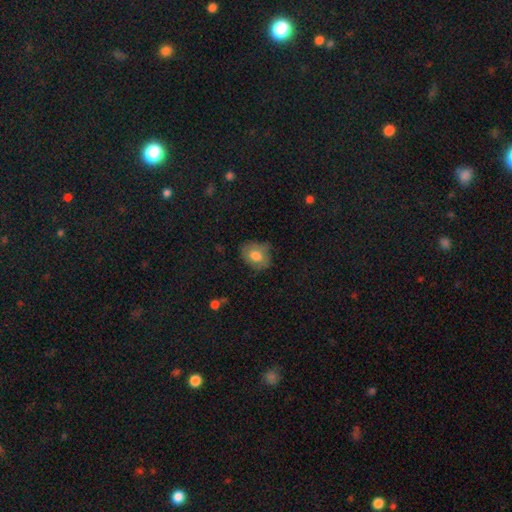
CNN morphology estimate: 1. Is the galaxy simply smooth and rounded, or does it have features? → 71% smooth, 21% featured or disk, 8% star or artifact.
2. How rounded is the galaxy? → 53% in between, 46% round, 1% cigar-shaped.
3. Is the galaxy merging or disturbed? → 60% none, 29% minor disturbance, 9% major disturbance, 2% merger.